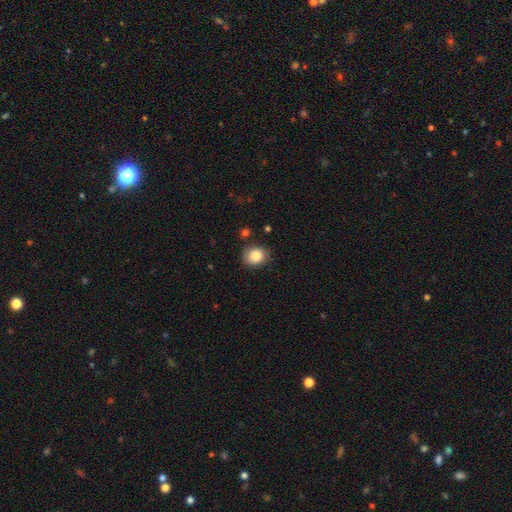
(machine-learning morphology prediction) smooth_or_featured: smooth (p=0.85) [alt: star or artifact p=0.08]
how_rounded: round (p=0.67) [alt: in between p=0.33]
merging: none (p=0.77) [alt: minor disturbance p=0.16]